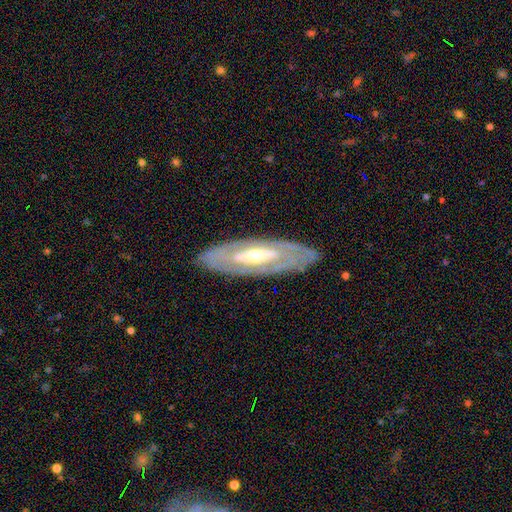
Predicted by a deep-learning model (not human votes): Morphology: type=featured or disk (78%); edge-on=no (81%); bar=no (57%); spiral arms=yes (55%); bulge=moderate (56%); merging=none (84%).